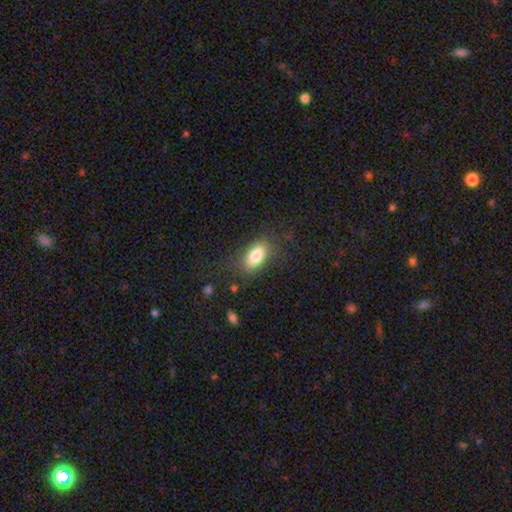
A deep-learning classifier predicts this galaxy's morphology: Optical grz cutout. It shows a smooth galaxy with no disk features (83%) that is in between round and cigar-shaped (90%). Merging: none (79%).